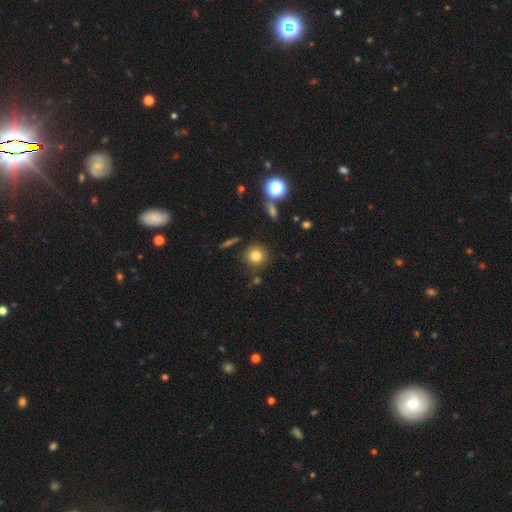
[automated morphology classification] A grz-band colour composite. It shows a smooth galaxy with no disk features (81%) that is round (89%). Merging: none (83%).